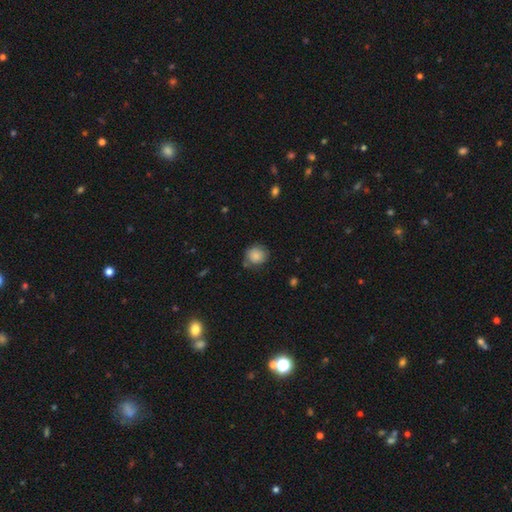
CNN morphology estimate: Smooth or featured? smooth (83%)
How rounded? round (83%)
Merging? none (70%)